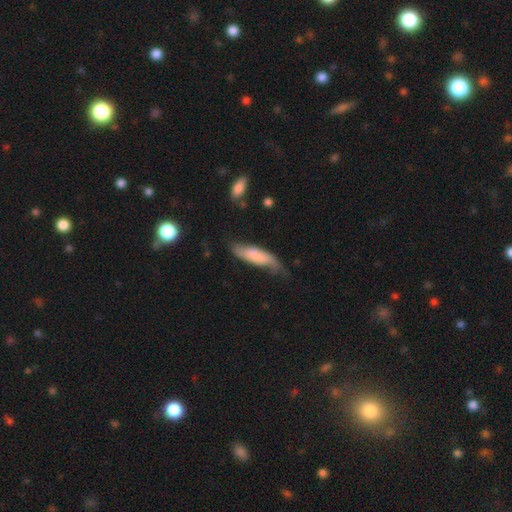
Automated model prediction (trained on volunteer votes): Morphology: type=smooth (63%); roundness=cigar-shaped (57%); merging=none (47%).